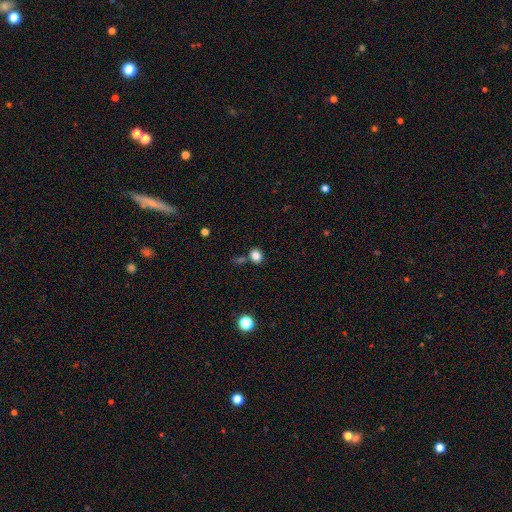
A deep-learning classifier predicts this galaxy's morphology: smooth 83%, star or artifact 12%, featured or disk 5%. Down the decision tree: how rounded — round (67%); merging — none (71%).